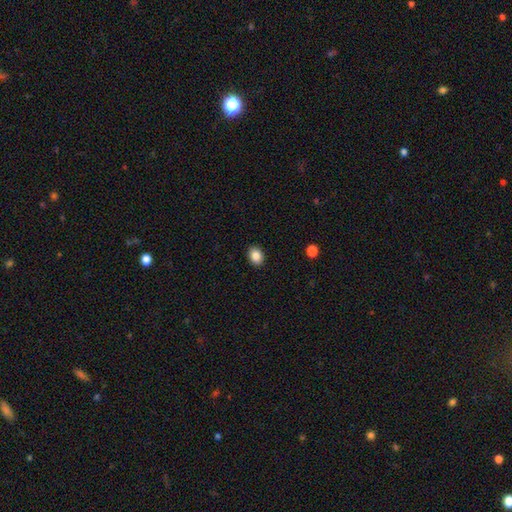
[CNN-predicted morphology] This is clearly a smooth galaxy (86%). How rounded: likely in between (61%). Merging: clearly none (90%).